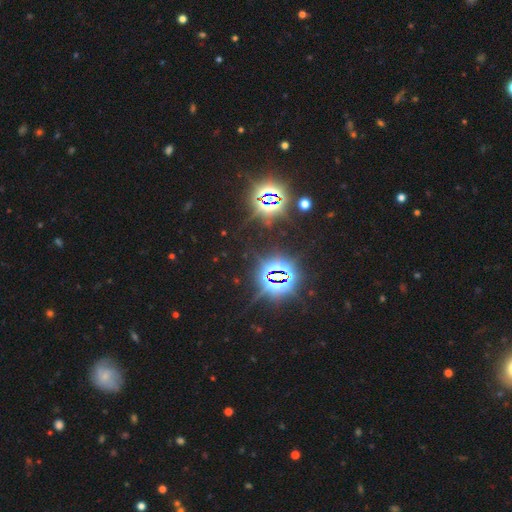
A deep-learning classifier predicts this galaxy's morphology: Q: Smooth or featured?
A: star or artifact (82%); runner-up: smooth (12%)